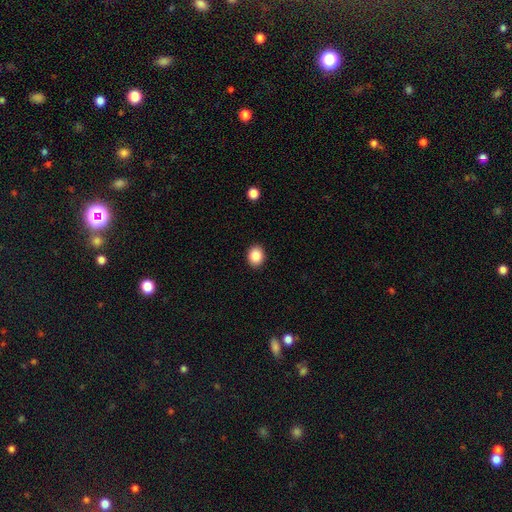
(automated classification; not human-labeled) The model was most divided on "how rounded": round: 58%, in between: 41%, cigar-shaped: 1%. More confident: merging — none (91%); smooth or featured — smooth (87%).